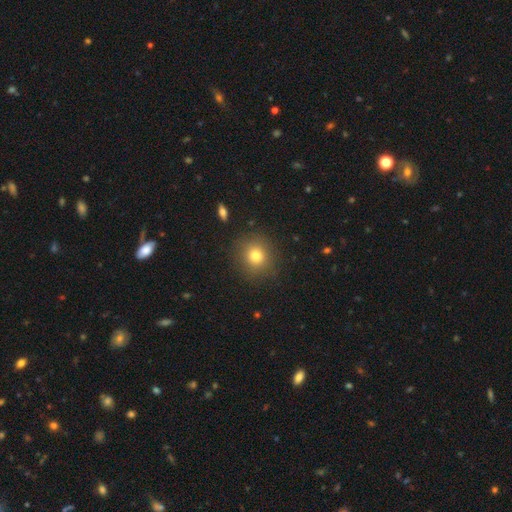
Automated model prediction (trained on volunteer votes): A smooth galaxy with no disk features (78%) that is round (88%). Merging: none (87%).